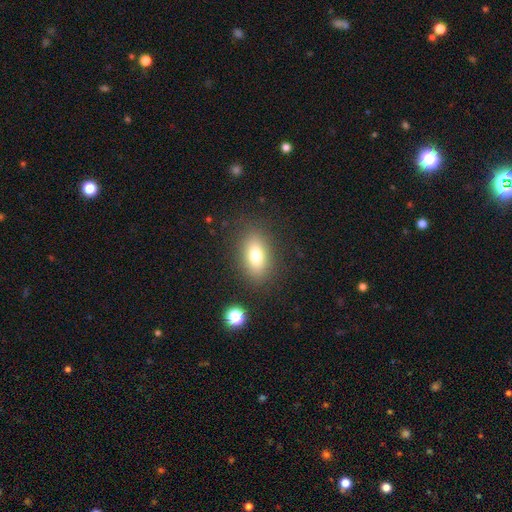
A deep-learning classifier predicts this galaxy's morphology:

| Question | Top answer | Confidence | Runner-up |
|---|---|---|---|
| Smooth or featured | smooth | 76% | featured or disk (13%) |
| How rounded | in between | 85% | round (9%) |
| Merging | none | 84% | minor disturbance (10%) |